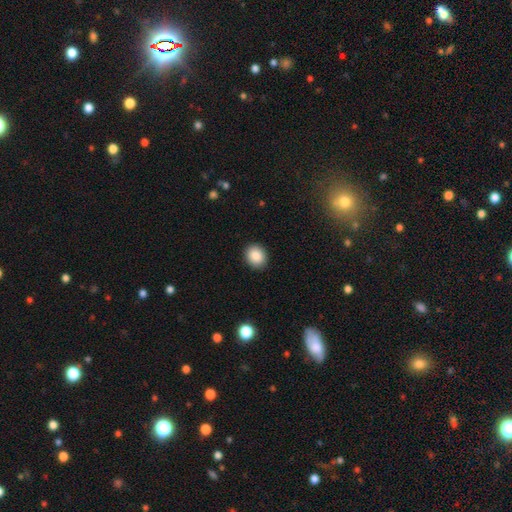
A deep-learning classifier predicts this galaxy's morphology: This is clearly a smooth galaxy (87%). How rounded: likely round (62%). Merging: clearly none (91%).